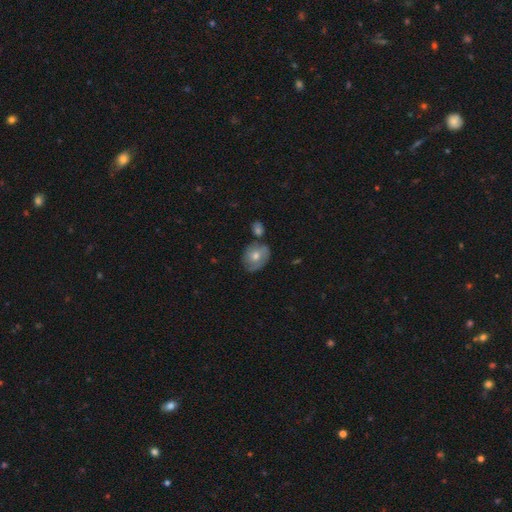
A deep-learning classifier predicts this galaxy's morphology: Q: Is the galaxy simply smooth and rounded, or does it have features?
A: smooth — 54%.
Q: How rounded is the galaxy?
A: round — 55%.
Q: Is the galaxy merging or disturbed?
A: none — 61%.